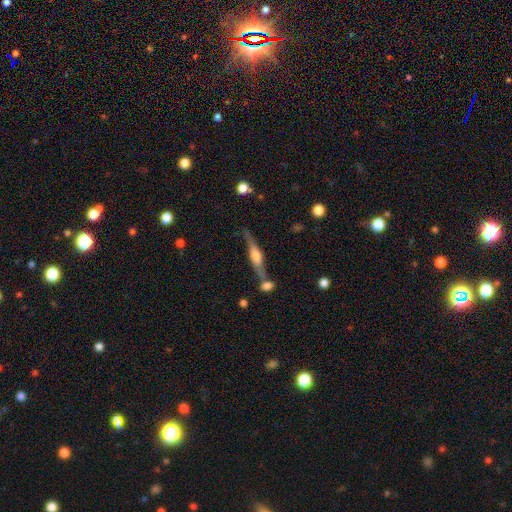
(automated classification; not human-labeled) This is likely a featured or disk galaxy (69%). It is clearly viewed edge-on (94%). Edge-on bulge: clearly rounded (81%). Merging: likely none (66%).